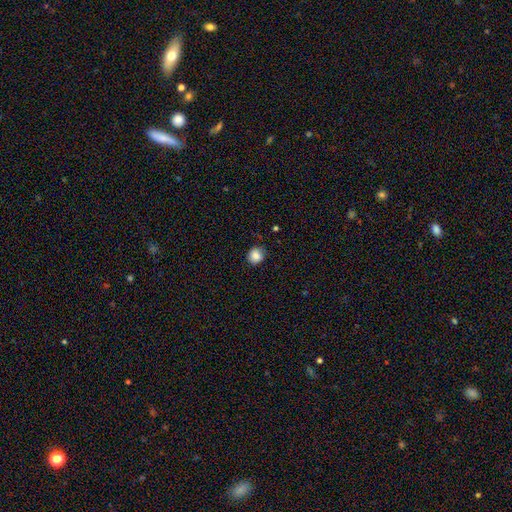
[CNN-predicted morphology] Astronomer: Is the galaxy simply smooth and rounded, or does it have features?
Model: smooth — 86%.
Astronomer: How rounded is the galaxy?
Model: round — 85%.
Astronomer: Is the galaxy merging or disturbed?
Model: none — 83%.